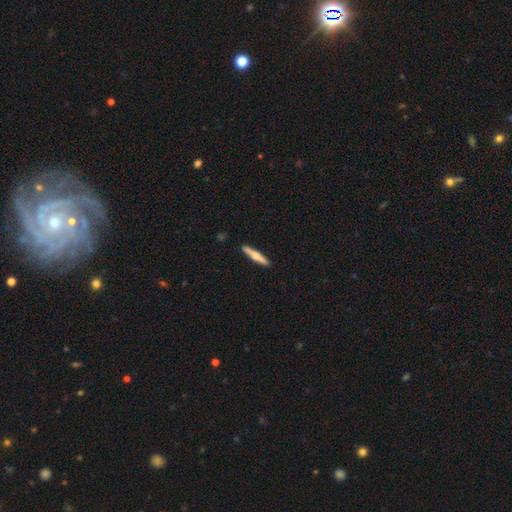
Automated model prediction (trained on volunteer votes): This is possibly a smooth galaxy (50%). Merging: clearly none (91%).